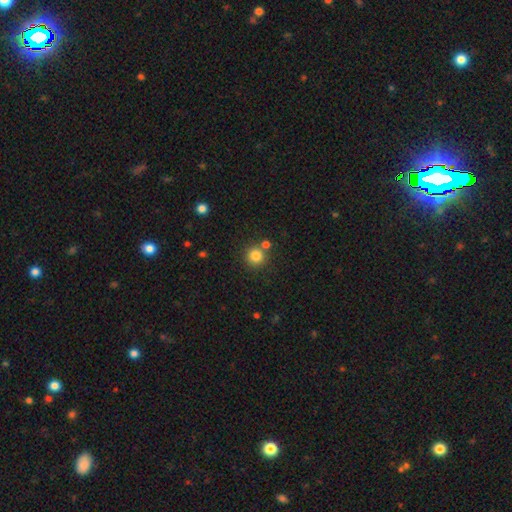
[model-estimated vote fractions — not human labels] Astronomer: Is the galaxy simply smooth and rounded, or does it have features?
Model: smooth — 82%.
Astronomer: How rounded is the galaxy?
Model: round — 93%.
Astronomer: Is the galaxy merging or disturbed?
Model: none — 75%.